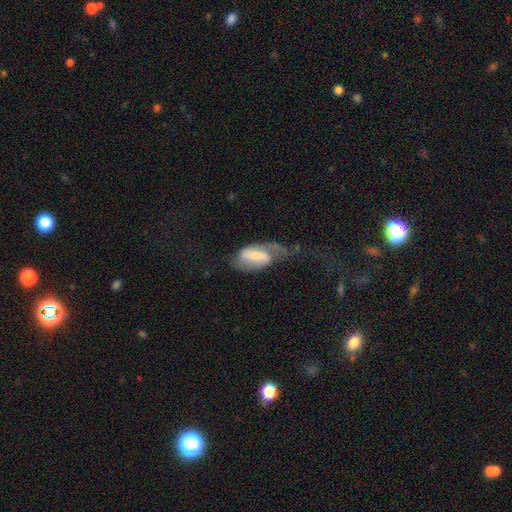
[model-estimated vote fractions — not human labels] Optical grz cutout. It shows a featured or disk galaxy (57%) with a strong bar (40%), spiral arms (82%) and a small central bulge (30%). Merging: major disturbance (42%).